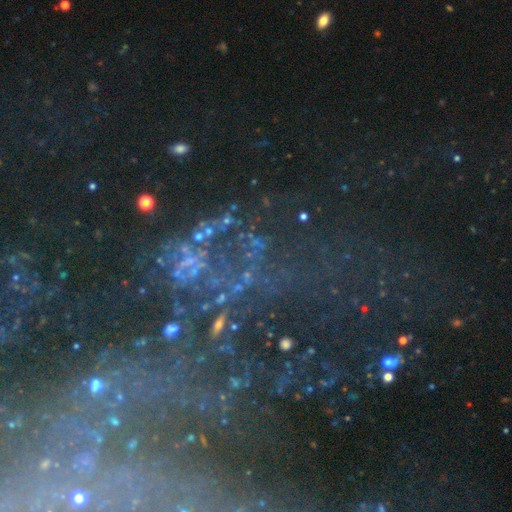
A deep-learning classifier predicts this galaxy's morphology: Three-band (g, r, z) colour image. It shows a star or artifact, not a galaxy (58%).